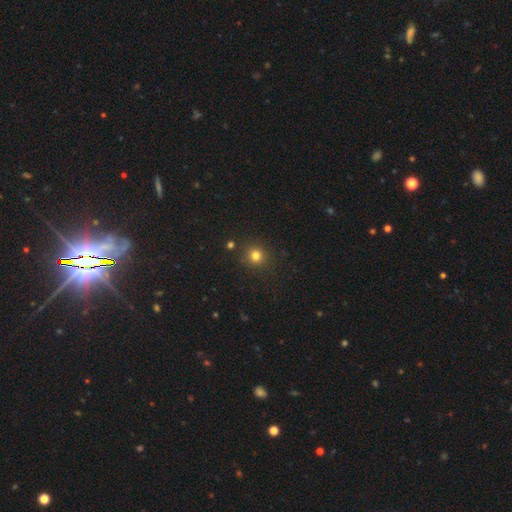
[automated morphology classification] Smooth or featured? smooth (79%)
How rounded? round (91%)
Merging? none (88%)